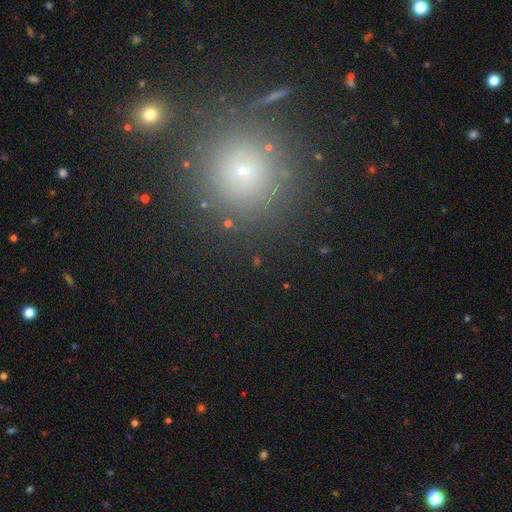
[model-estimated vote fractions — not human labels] Smooth or featured? smooth (47%)
Merging? none (87%)